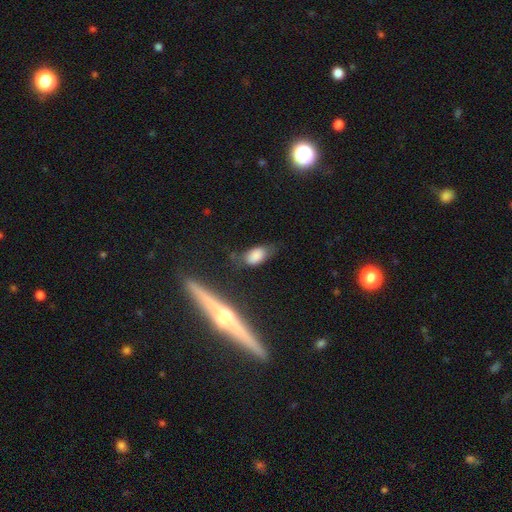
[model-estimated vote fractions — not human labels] Smooth or featured? Predicted: smooth (p=0.79). How rounded? Predicted: in between (p=0.89). Merging? Predicted: none (p=0.55).